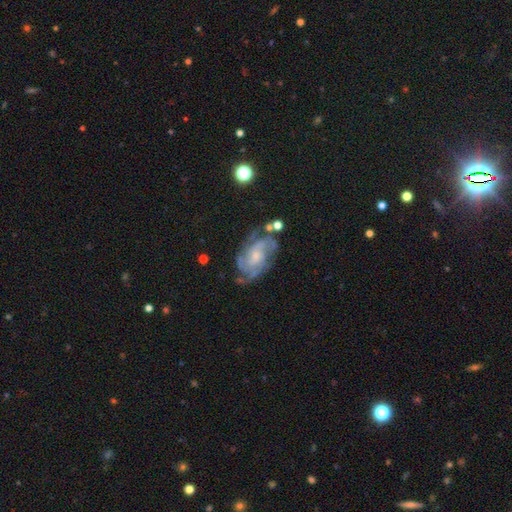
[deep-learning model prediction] Q: Smooth or featured?
A: featured or disk (85%); runner-up: smooth (9%)
Q: Edge-on disk?
A: no (96%); runner-up: yes (4%)
Q: Bar?
A: no (62%); runner-up: weak (31%)
Q: Spiral arms?
A: yes (96%); runner-up: no (4%)
Q: Spiral winding?
A: tight (50%); runner-up: medium (40%)
Q: Spiral arm count?
A: 3 (26%); runner-up: can't tell (25%)
Q: Bulge size?
A: small (56%); runner-up: moderate (31%)
Q: Merging?
A: none (65%); runner-up: minor disturbance (21%)